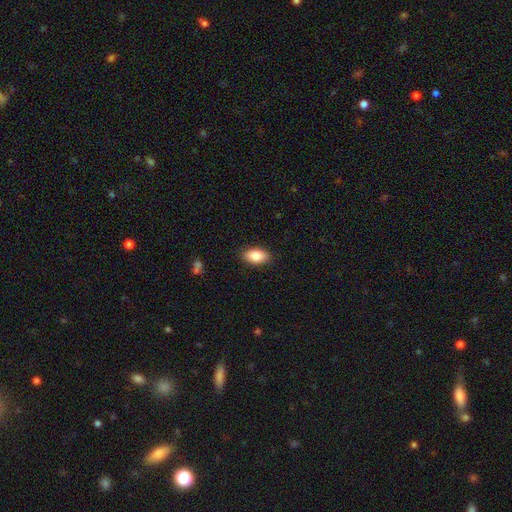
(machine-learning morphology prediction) type=smooth (87%); roundness=in between (92%); merging=none (87%).